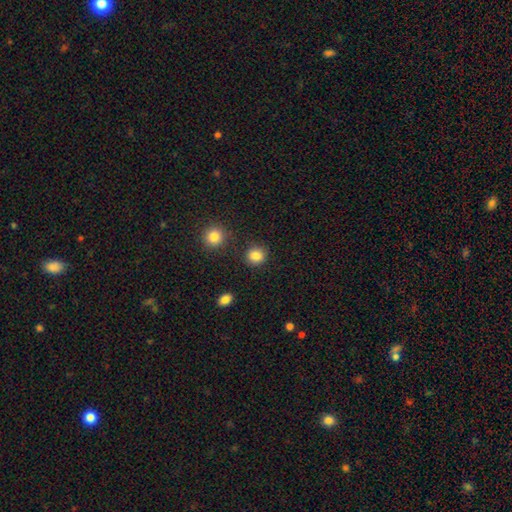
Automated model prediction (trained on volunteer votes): Smooth or featured? smooth (86%)
How rounded? round (87%)
Merging? none (86%)